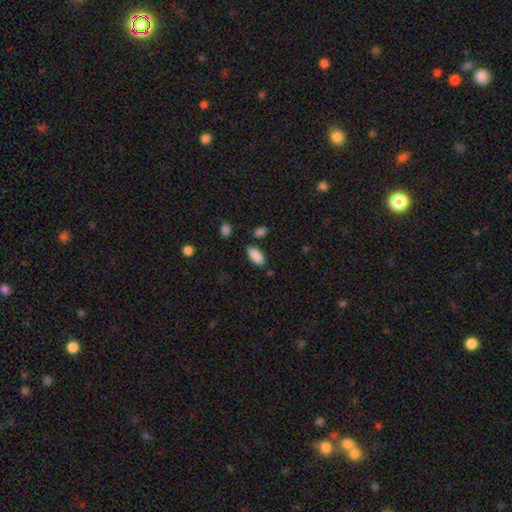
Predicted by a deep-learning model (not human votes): Smooth or featured? smooth (89%)
How rounded? in between (91%)
Merging? none (80%)